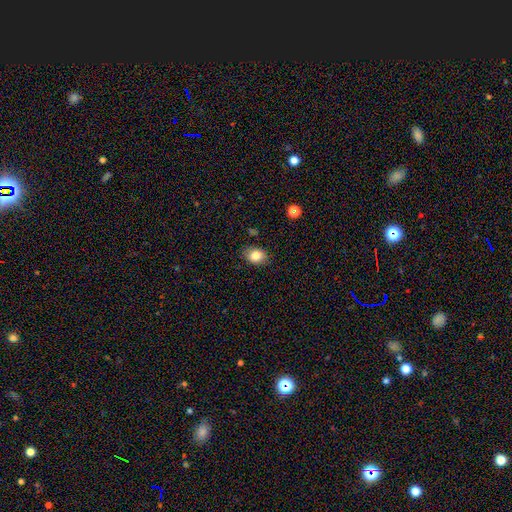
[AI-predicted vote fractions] Smooth or featured: smooth — 81% (star or artifact — 10%)
How rounded: in between — 68% (round — 31%)
Merging: none — 83% (minor disturbance — 13%)